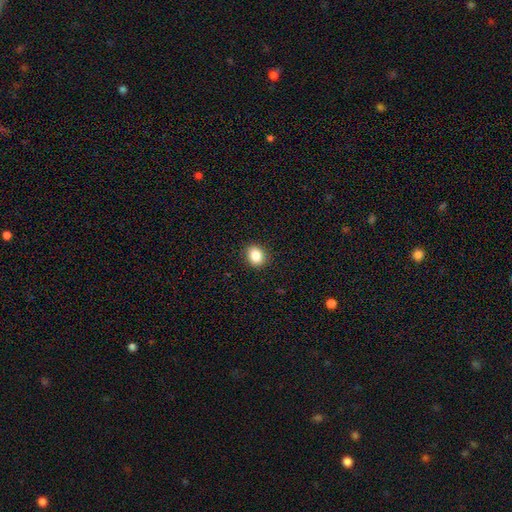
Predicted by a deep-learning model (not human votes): Overall: smooth (84%). How rounded: round (63%; in between 37%). Merging: none (90%).